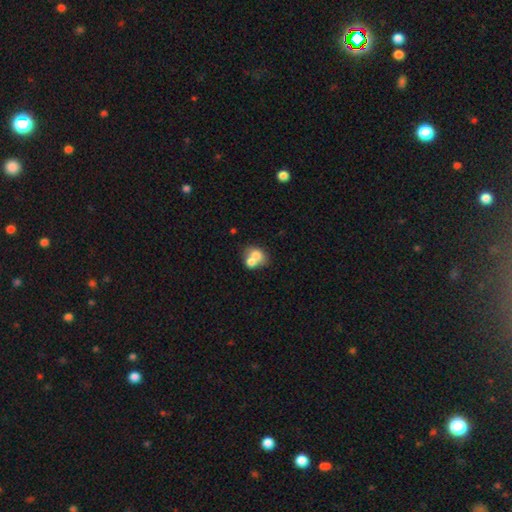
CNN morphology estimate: smooth 69%, featured or disk 21%, star or artifact 9%. Down the decision tree: how rounded — round (55%); merging — merger (61%).